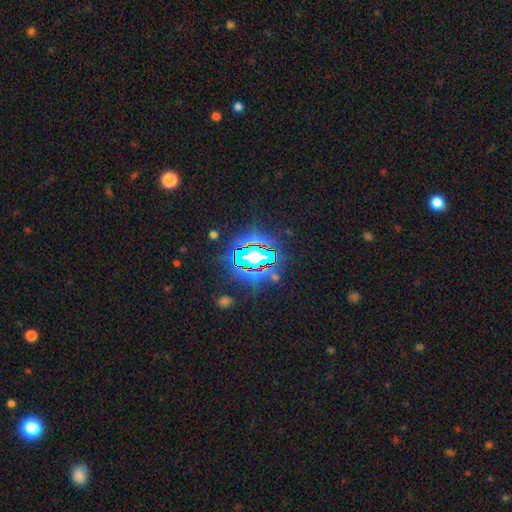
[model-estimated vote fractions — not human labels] smooth_or_featured: star or artifact (p=0.82) [alt: smooth p=0.11]